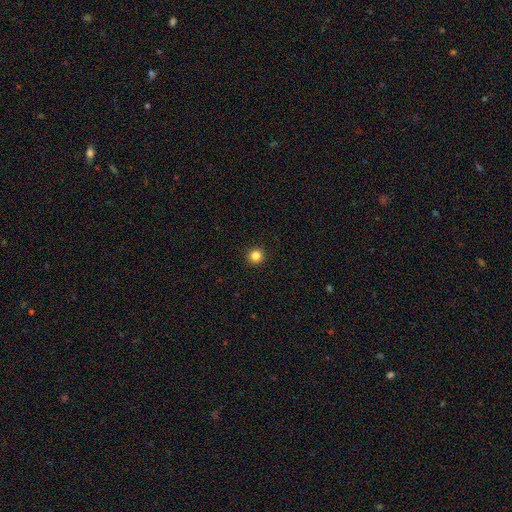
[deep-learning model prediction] This is clearly a smooth galaxy (84%). How rounded: clearly round (95%). Merging: clearly none (93%).